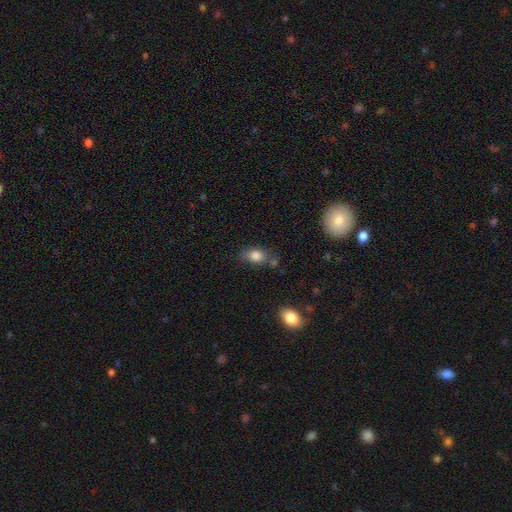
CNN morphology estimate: This is clearly a smooth galaxy (83%). How rounded: likely in between (73%). Merging: likely none (60%).